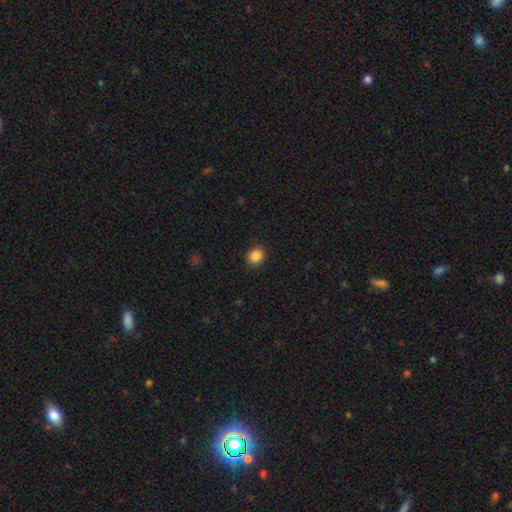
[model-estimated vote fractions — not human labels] Q: Smooth or featured?
A: smooth (87%); runner-up: star or artifact (10%)
Q: How rounded?
A: round (84%); runner-up: in between (15%)
Q: Merging?
A: none (91%); runner-up: minor disturbance (6%)